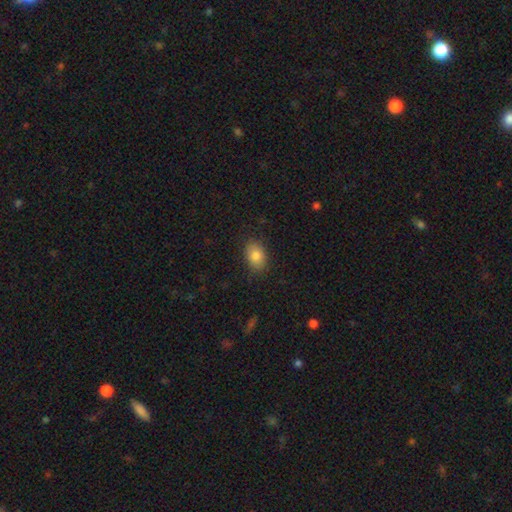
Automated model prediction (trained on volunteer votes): Overall: smooth (83%). How rounded: in between (82%). Merging: none (84%).